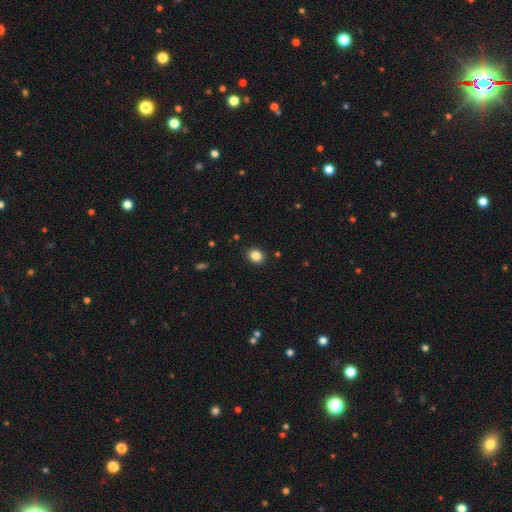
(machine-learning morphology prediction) Overall: smooth (85%). How rounded: round (64%; in between 35%). Merging: none (90%).